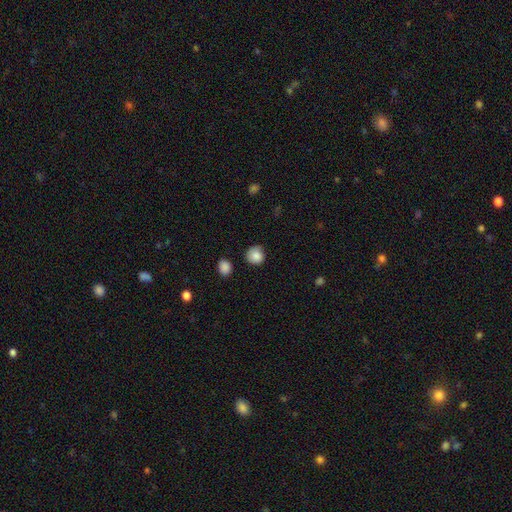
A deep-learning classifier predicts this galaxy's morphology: This appears to be a smooth galaxy with no disk features (86%) that is round (90%). Merging: none (79%).